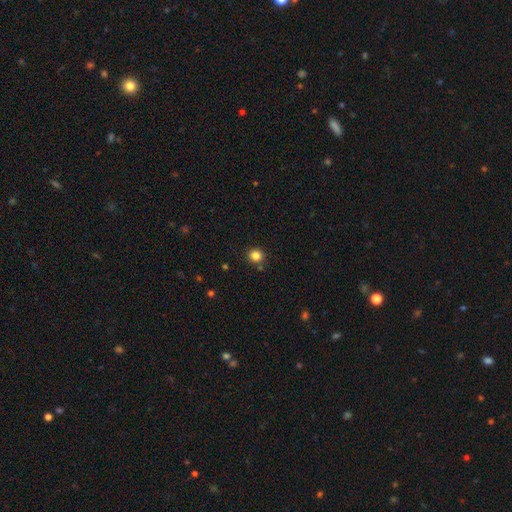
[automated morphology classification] Smooth or featured: smooth — 83% (star or artifact — 12%)
How rounded: round — 87% (in between — 12%)
Merging: none — 86% (minor disturbance — 8%)